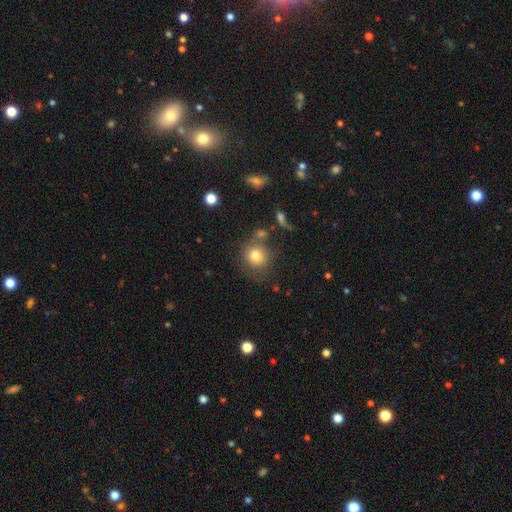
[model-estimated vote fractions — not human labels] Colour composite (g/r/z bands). It shows a smooth galaxy with no disk features (78%) that is round (85%). Merging: none (67%).